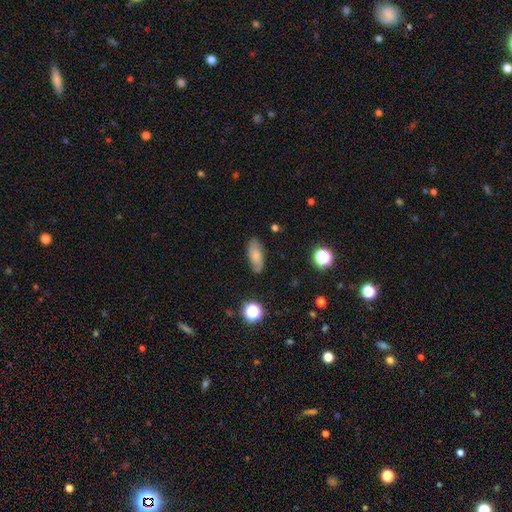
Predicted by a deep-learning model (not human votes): This appears to be a smooth galaxy with no disk features (62%) that is in between round and cigar-shaped (82%). Merging: none (77%).